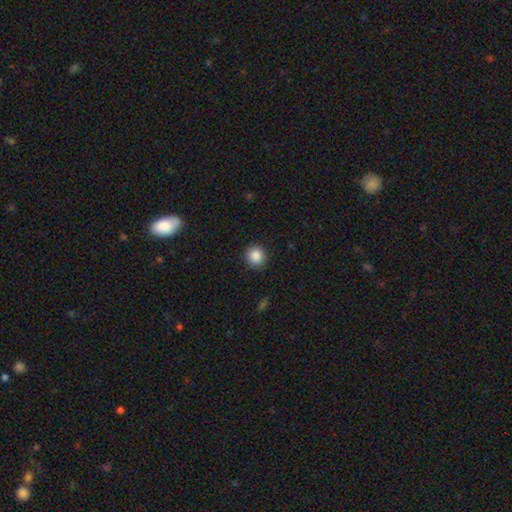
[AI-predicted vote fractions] The model was most divided on "smooth or featured": smooth: 88%, star or artifact: 9%, featured or disk: 3%. More confident: how rounded — round (92%); merging — none (91%).